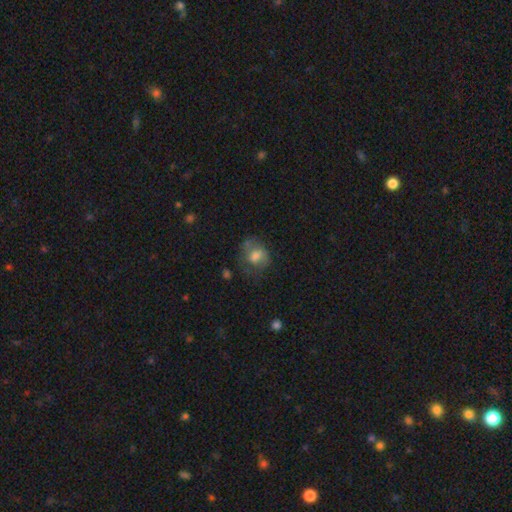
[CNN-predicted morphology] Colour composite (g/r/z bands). It shows a smooth galaxy with no disk features (58%) that is round (59%). Merging: none (49%).